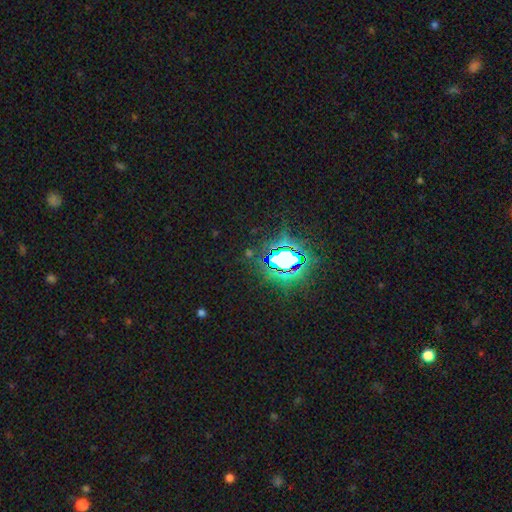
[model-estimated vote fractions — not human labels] The model was most divided on "smooth or featured": star or artifact: 83%, smooth: 10%, featured or disk: 7%.